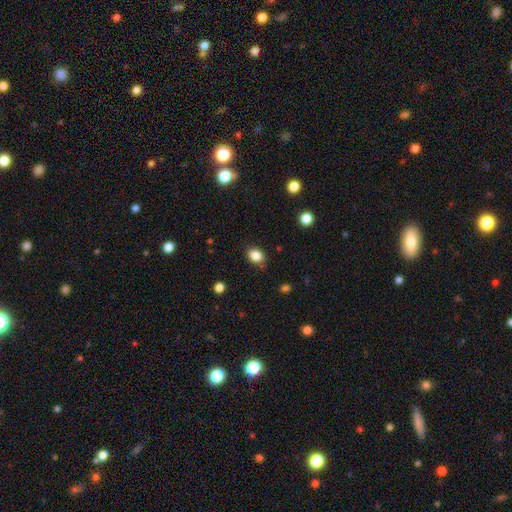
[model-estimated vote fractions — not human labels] Overall: smooth (85%). How rounded: in between (61%; round 38%). Merging: none (81%).